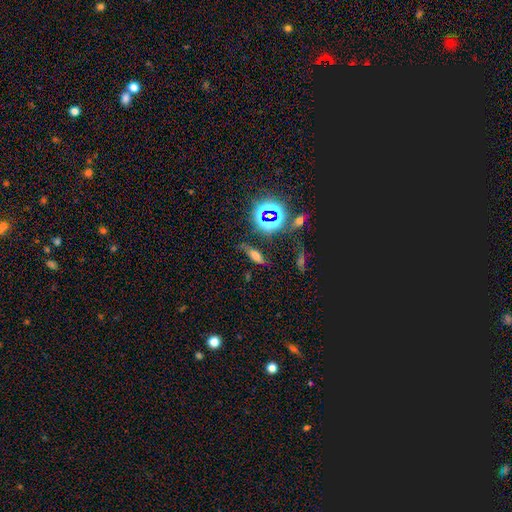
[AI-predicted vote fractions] A smooth galaxy with no disk features (54%) that is in between round and cigar-shaped (55%). Merging: none (70%).